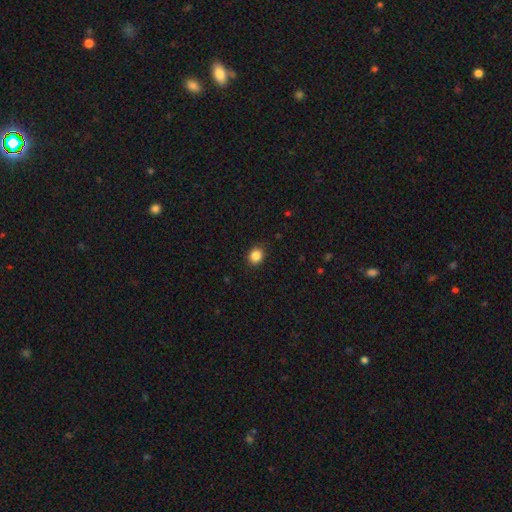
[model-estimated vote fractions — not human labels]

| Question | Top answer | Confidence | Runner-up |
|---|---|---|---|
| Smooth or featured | smooth | 86% | star or artifact (11%) |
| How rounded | round | 73% | in between (26%) |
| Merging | none | 90% | minor disturbance (7%) |